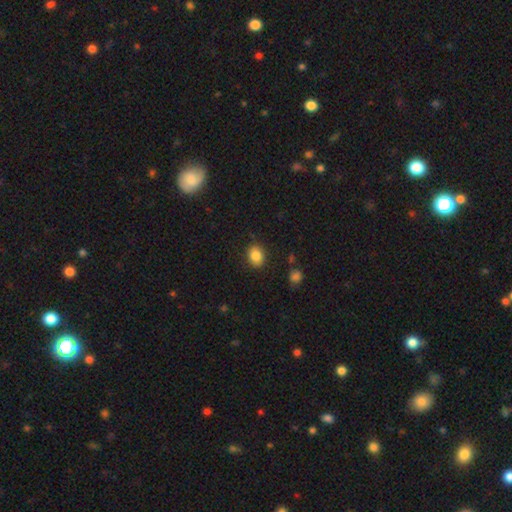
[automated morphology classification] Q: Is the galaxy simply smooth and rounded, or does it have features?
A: smooth — 86%.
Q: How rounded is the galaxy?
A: in between — 50%.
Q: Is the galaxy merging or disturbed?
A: none — 84%.